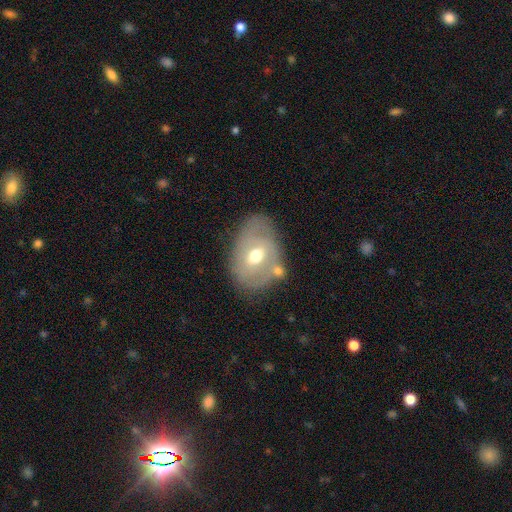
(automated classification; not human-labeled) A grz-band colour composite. It shows a featured or disk galaxy (53%). Merging: none (59%).